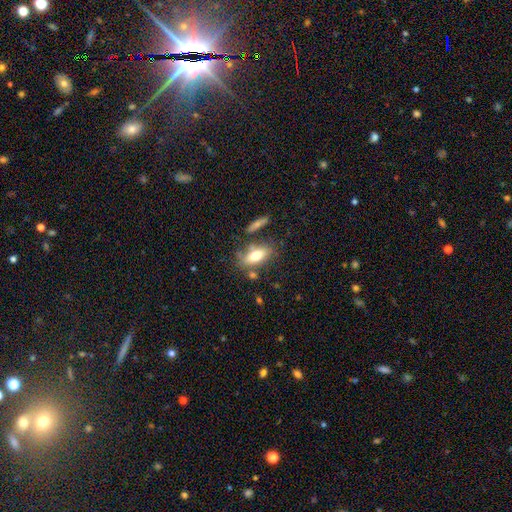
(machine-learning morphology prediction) This appears to be a smooth galaxy with no disk features (69%) that is in between round and cigar-shaped (76%). Merging: none (65%).